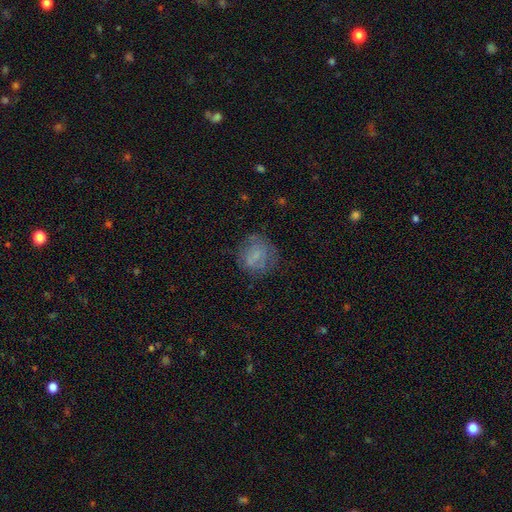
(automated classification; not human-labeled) smooth 54%, featured or disk 34%, star or artifact 12%. Down the decision tree: how rounded — round (77%); merging — none (63%).